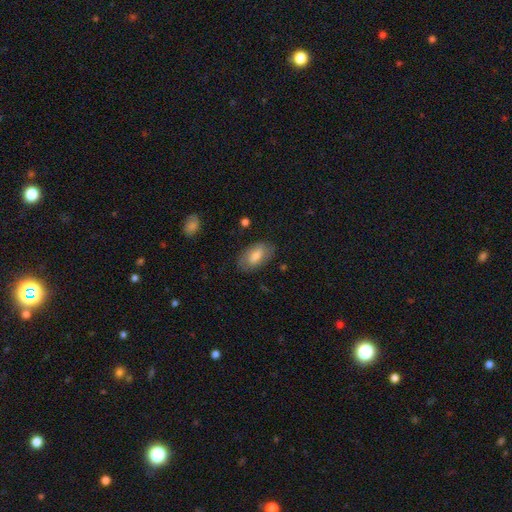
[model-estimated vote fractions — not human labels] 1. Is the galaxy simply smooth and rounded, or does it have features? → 65% smooth, 28% featured or disk, 6% star or artifact.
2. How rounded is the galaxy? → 92% in between, 4% cigar-shaped, 4% round.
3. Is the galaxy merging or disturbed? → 77% none, 17% minor disturbance, 5% major disturbance, 1% merger.